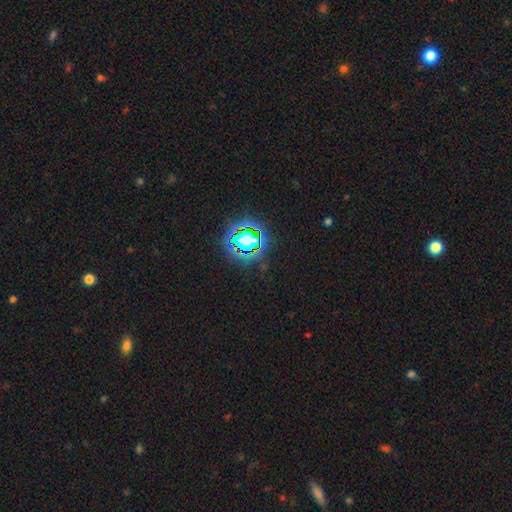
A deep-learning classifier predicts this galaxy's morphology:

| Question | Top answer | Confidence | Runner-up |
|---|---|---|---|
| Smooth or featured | star or artifact | 81% | smooth (12%) |